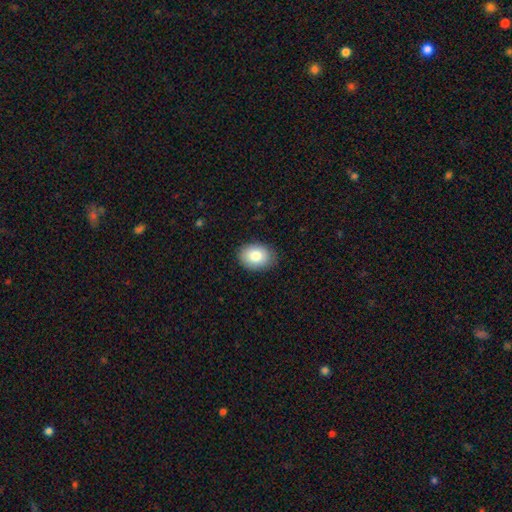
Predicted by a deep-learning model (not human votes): Overall: smooth (84%). How rounded: in between (74%). Merging: none (86%).